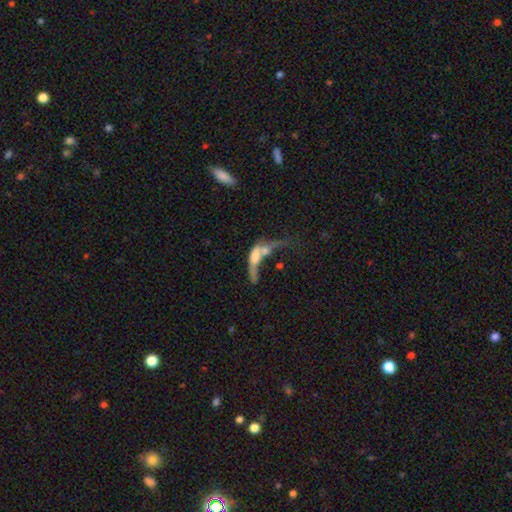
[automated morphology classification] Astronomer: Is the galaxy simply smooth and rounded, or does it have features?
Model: featured or disk — 44%, tied with smooth at 44%.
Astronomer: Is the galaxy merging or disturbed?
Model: merger — 55%.